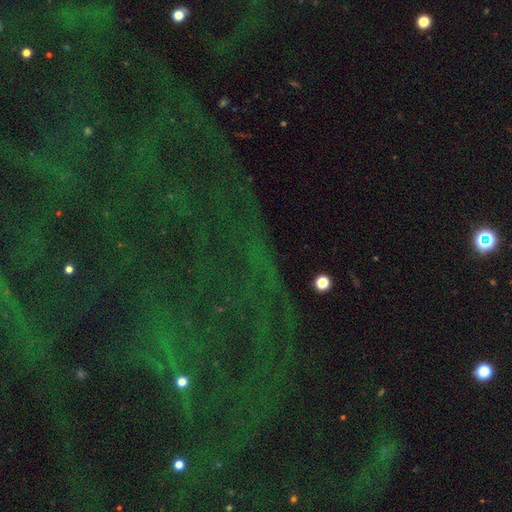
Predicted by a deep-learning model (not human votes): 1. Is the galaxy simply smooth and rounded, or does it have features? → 82% star or artifact, 9% smooth, 9% featured or disk.